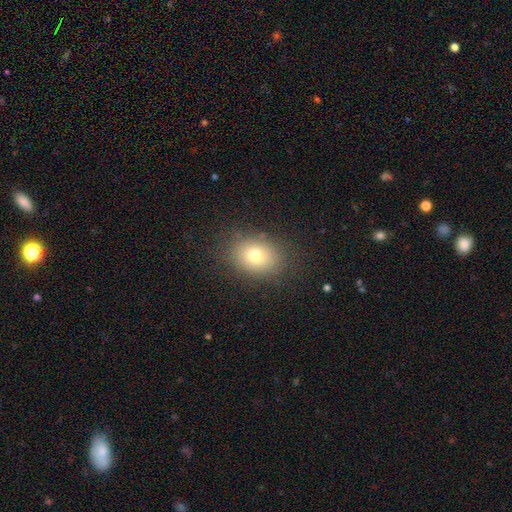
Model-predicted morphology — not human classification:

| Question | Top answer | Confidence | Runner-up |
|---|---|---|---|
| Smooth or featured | smooth | 73% | featured or disk (13%) |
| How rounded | in between | 63% | round (36%) |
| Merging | none | 84% | minor disturbance (11%) |